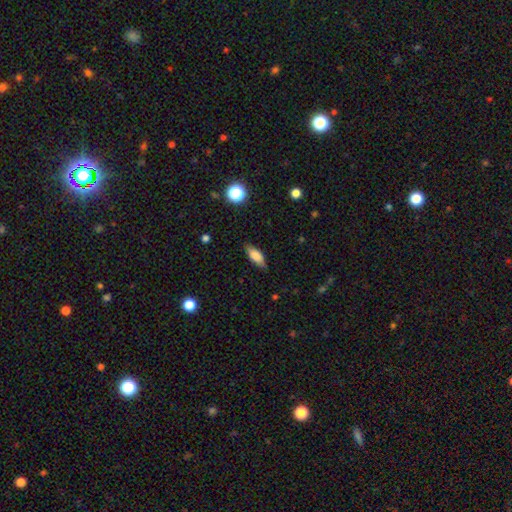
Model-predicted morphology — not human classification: smooth_or_featured: smooth (p=0.77) [alt: featured or disk p=0.15]
how_rounded: in between (p=0.75) [alt: cigar-shaped p=0.22]
merging: none (p=0.83) [alt: minor disturbance p=0.13]